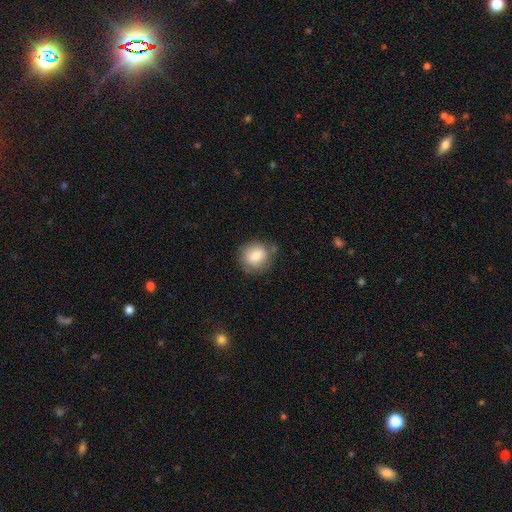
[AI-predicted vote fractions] This is clearly a smooth galaxy (81%). How rounded: likely round (78%). Merging: likely none (69%).